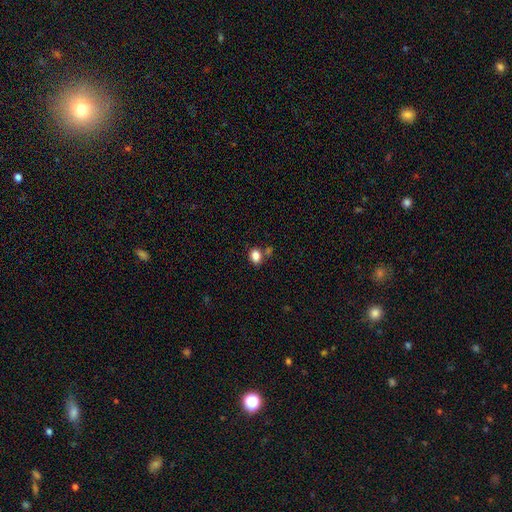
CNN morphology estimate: Smooth or featured? Predicted: smooth (p=0.84). How rounded? Predicted: in between (p=0.62). Merging? Predicted: none (p=0.68).